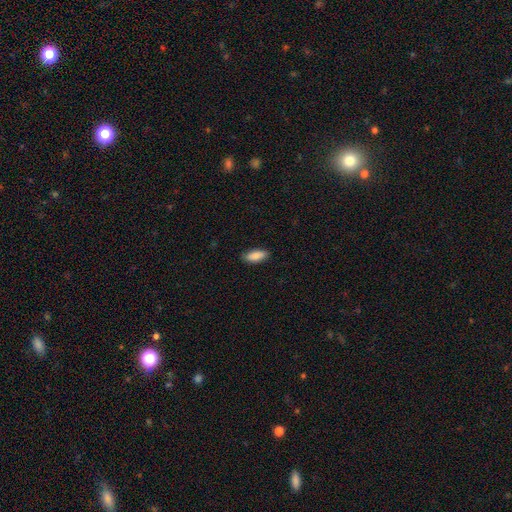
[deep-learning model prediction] This appears to be a smooth galaxy with no disk features (87%) that is in between round and cigar-shaped (82%). Merging: none (87%).